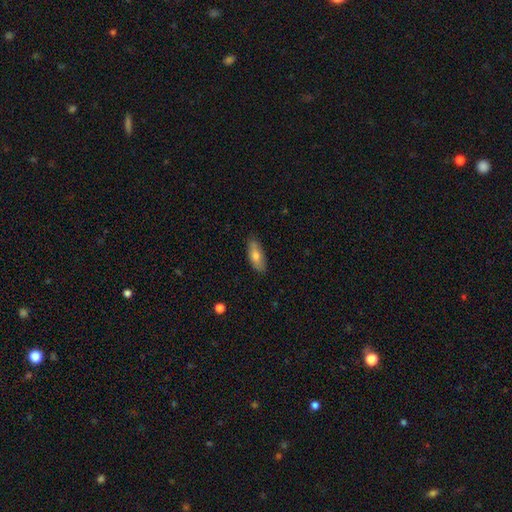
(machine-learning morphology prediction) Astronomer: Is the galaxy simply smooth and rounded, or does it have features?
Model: smooth — 70%.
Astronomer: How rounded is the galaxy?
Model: in between — 76%.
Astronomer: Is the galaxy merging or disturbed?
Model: none — 83%.